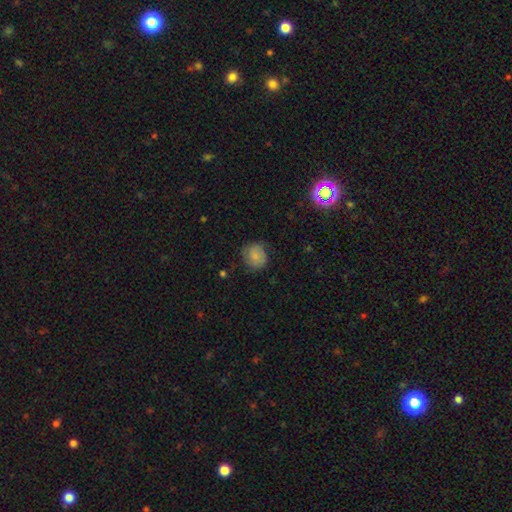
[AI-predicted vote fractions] This appears to be a smooth galaxy with no disk features (76%) that is round (79%). Merging: none (68%).